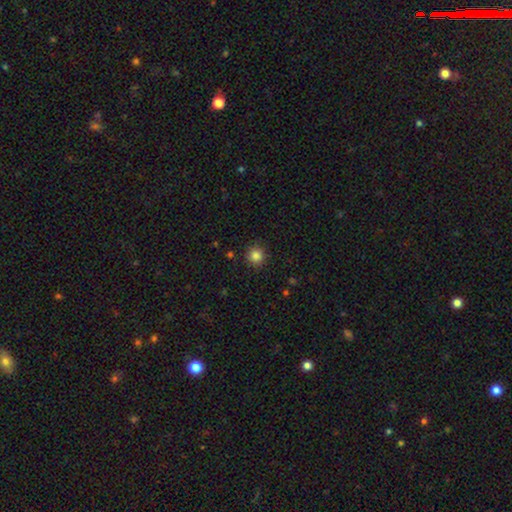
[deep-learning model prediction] This appears to be a smooth galaxy with no disk features (84%) that is round (94%). Merging: none (89%).